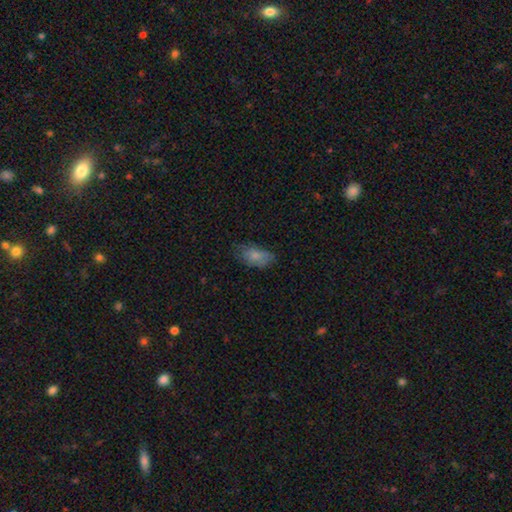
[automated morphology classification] This is likely a smooth galaxy (76%). How rounded: clearly in between (92%). Merging: likely none (62%).